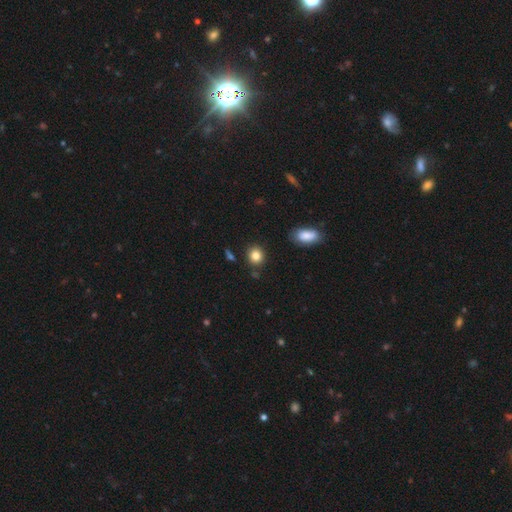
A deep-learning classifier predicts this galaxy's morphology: Smooth or featured: smooth — 84% (star or artifact — 10%)
How rounded: round — 77% (in between — 21%)
Merging: none — 85% (minor disturbance — 9%)